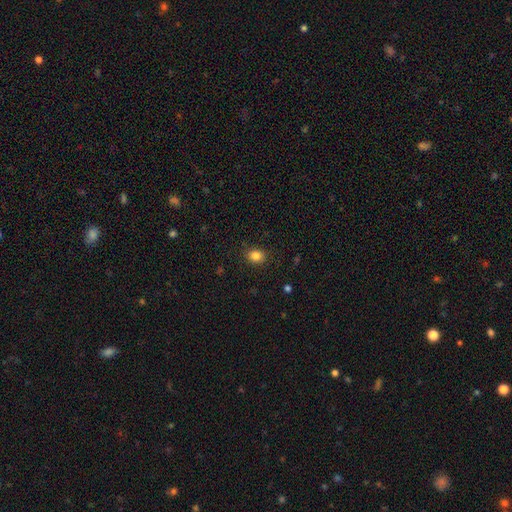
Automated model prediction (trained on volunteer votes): Smooth or featured: smooth — 85% (star or artifact — 11%)
How rounded: round — 51% (in between — 48%)
Merging: none — 86% (minor disturbance — 10%)